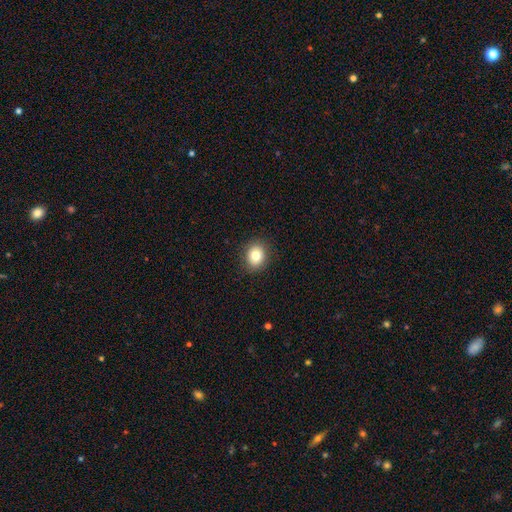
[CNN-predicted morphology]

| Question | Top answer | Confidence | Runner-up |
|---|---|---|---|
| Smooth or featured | smooth | 81% | star or artifact (10%) |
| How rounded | round | 60% | in between (39%) |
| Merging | none | 89% | minor disturbance (8%) |